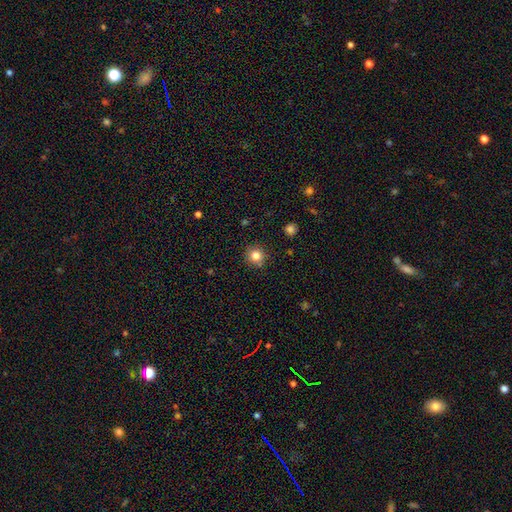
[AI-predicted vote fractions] Overall: smooth (81%). How rounded: round (94%). Merging: none (88%).